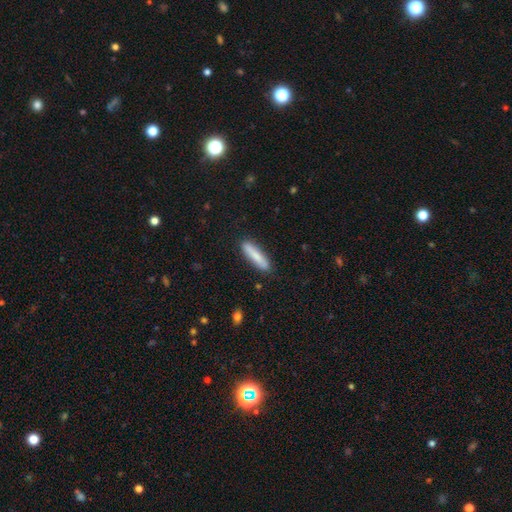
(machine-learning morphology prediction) A smooth galaxy with no disk features (79%) that is cigar-shaped (83%).

Vote fractions:
- Smooth or featured? smooth: 79% / featured or disk: 15% / star or artifact: 6%
- How rounded? cigar-shaped: 83% / in between: 16% / round: 1%
- Merging? none: 87% / minor disturbance: 9% / major disturbance: 2% / merger: 1%